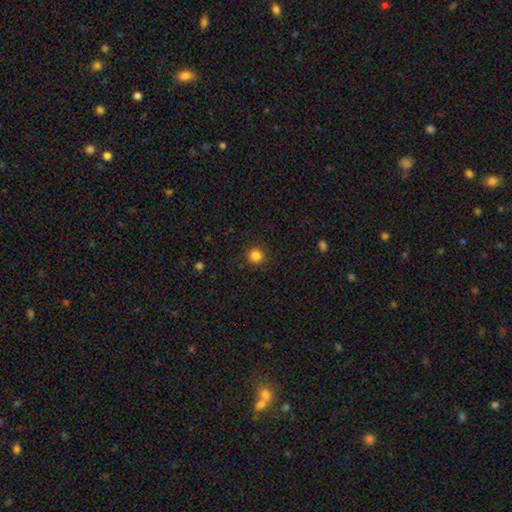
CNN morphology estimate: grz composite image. It shows a smooth galaxy with no disk features (85%) that is round (94%). Merging: none (91%).